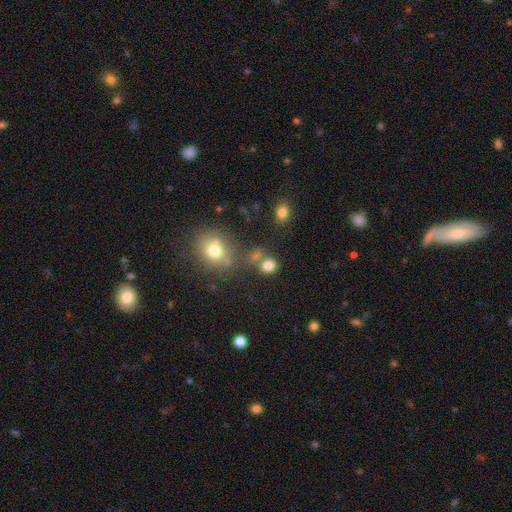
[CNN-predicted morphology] This is likely a smooth galaxy (72%). How rounded: likely round (74%). Merging: likely none (62%).